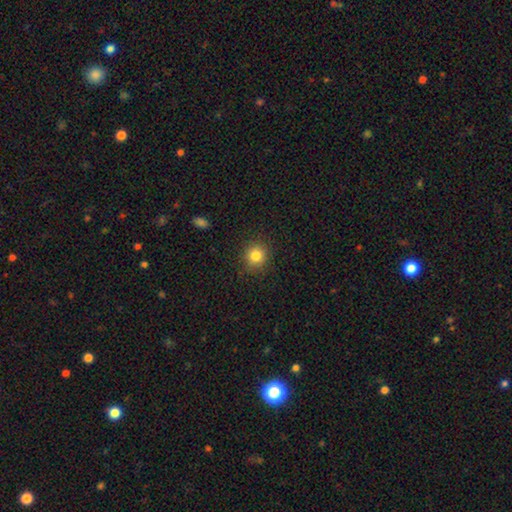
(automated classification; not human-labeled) smooth_or_featured: smooth (p=0.83) [alt: star or artifact p=0.12]
how_rounded: round (p=0.89) [alt: in between p=0.10]
merging: none (p=0.89) [alt: minor disturbance p=0.08]